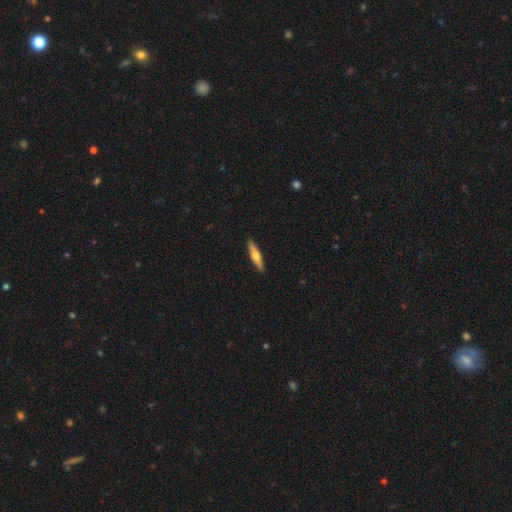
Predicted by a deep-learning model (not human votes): smooth-or-featured: featured or disk: 52% | smooth: 43% | star or artifact: 5%
  disk-edge-on: yes: 94% | no: 6%
  merging: none: 91% | minor disturbance: 6% | major disturbance: 1% | merger: 1%